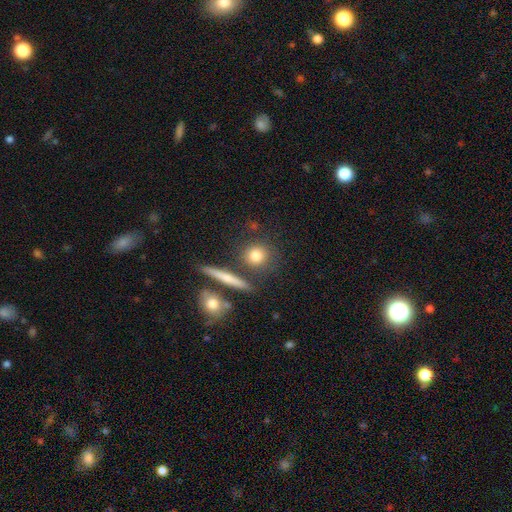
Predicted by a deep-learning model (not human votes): Q: Smooth or featured?
A: smooth (78%); runner-up: featured or disk (13%)
Q: How rounded?
A: round (83%); runner-up: in between (12%)
Q: Merging?
A: none (77%); runner-up: merger (10%)